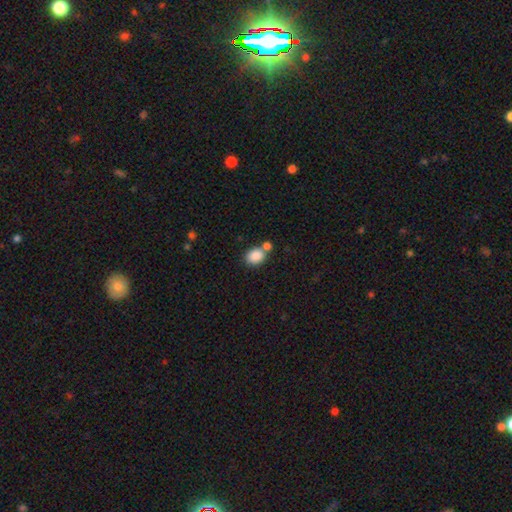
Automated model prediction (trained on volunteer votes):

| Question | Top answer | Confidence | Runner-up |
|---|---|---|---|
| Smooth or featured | smooth | 87% | star or artifact (9%) |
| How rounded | in between | 54% | round (45%) |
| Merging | none | 54% | merger (31%) |